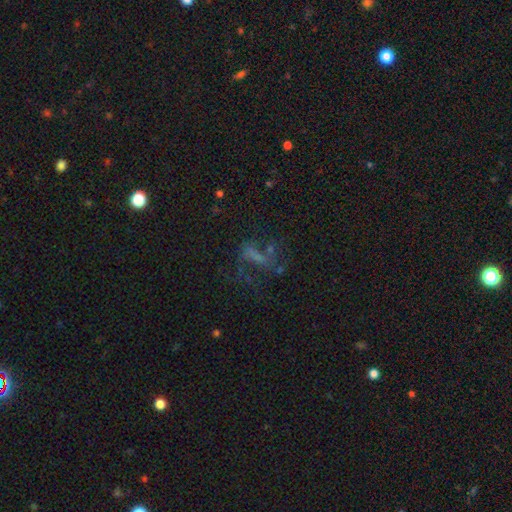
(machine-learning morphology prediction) smooth-or-featured: featured or disk: 37% | smooth: 33% | star or artifact: 30%
  merging: none: 38% | major disturbance: 36% | minor disturbance: 16% | merger: 10%